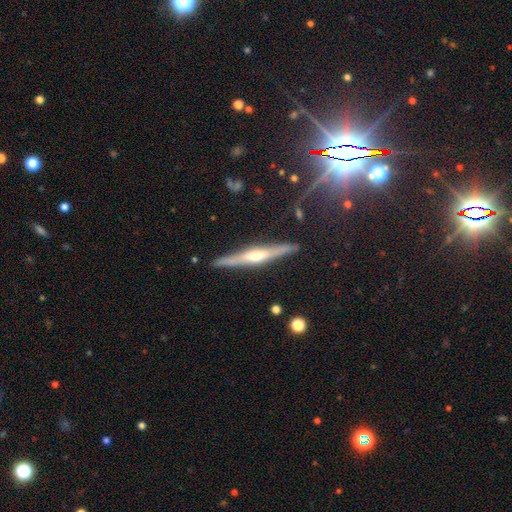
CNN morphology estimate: This is likely a featured or disk galaxy (76%). It is clearly viewed edge-on (97%). Edge-on bulge: likely rounded (80%). Merging: clearly none (88%).